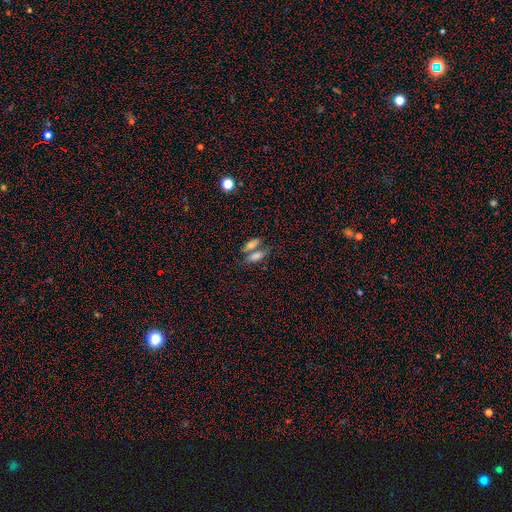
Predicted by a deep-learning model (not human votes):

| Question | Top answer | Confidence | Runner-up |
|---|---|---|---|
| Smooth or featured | smooth | 71% | featured or disk (17%) |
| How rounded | in between | 65% | cigar-shaped (29%) |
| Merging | merger | 44% | none (41%) |